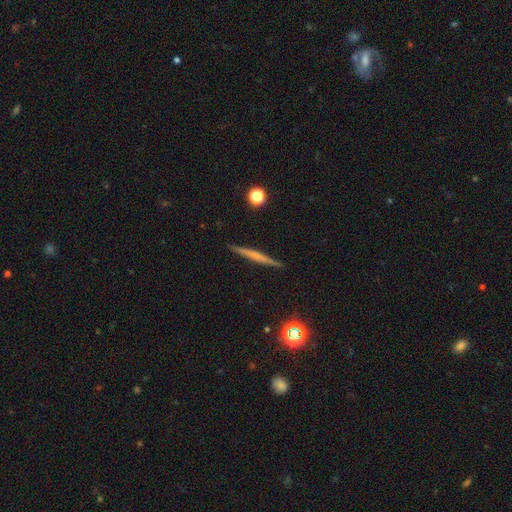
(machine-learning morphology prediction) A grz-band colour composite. It shows a featured or disk galaxy (52%) viewed edge-on (97%) with no central bulge (76%). Merging: none (91%).